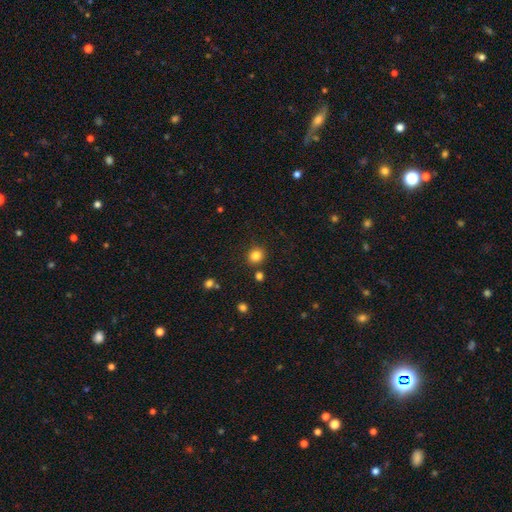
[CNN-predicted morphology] Smooth or featured: smooth — 83% (star or artifact — 12%)
How rounded: round — 87% (in between — 13%)
Merging: none — 85% (minor disturbance — 8%)